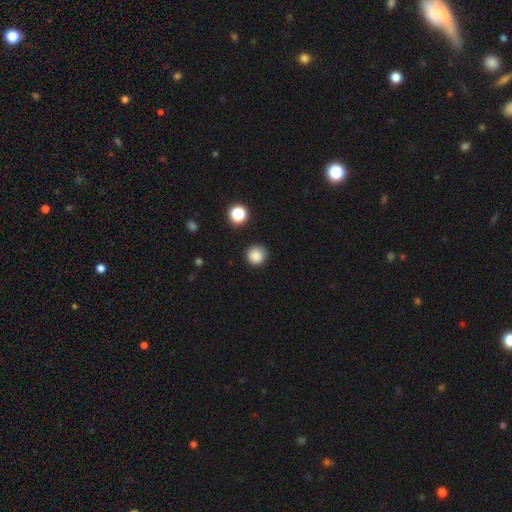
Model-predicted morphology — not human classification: Overall: smooth (86%). How rounded: round (94%). Merging: none (88%).